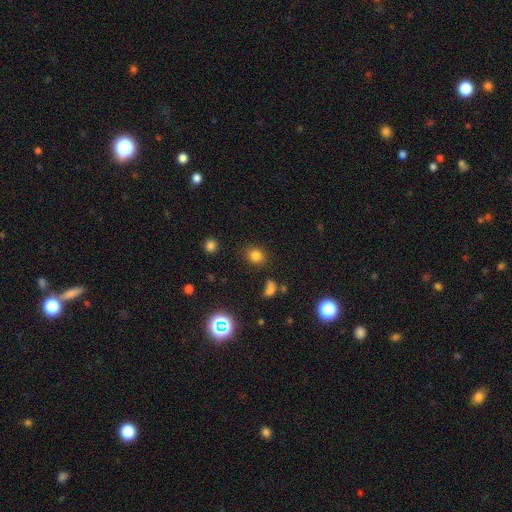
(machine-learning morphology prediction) Overall: smooth (79%). How rounded: round (60%; in between 38%). Merging: none (82%).